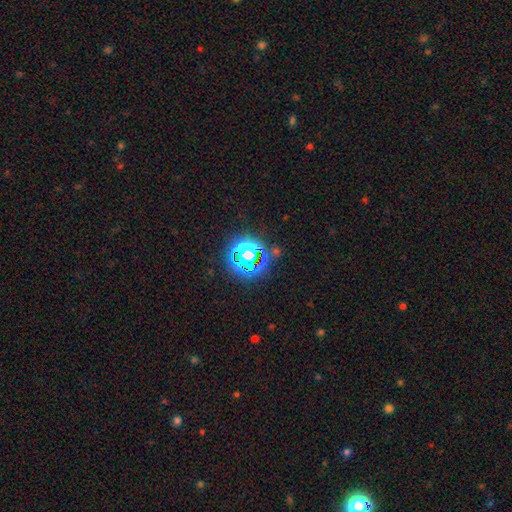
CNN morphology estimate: smooth-or-featured: star or artifact: 74% | smooth: 19% | featured or disk: 8%